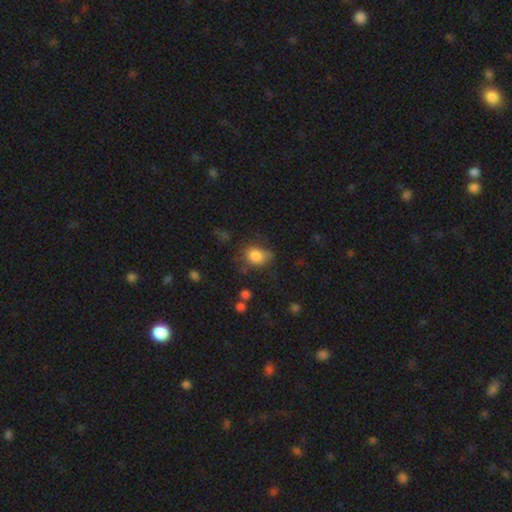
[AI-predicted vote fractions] Overall: smooth (80%). How rounded: in between (51%; round 47%). Merging: none (56%; minor disturbance 28%).